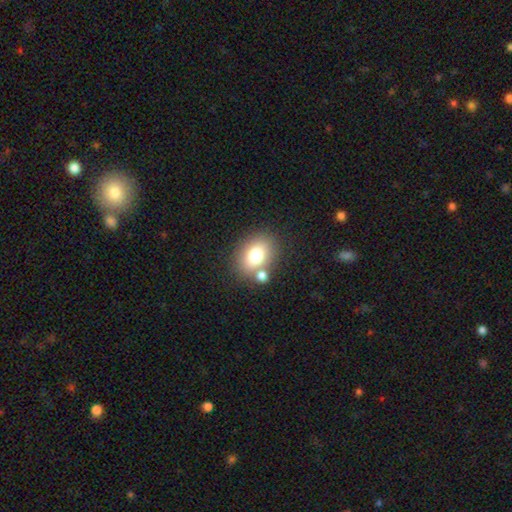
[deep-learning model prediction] This is likely a smooth galaxy (75%). How rounded: likely in between (63%). Merging: likely none (65%).